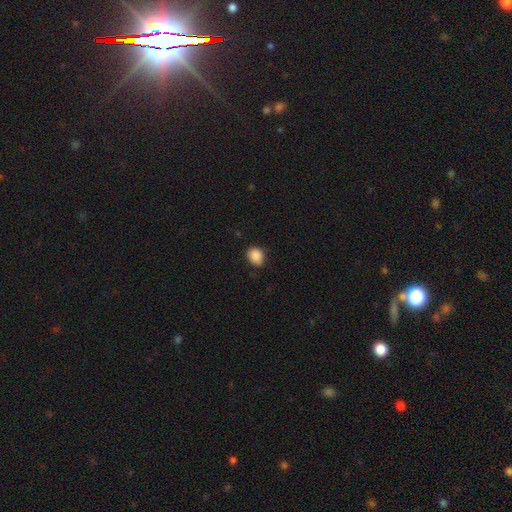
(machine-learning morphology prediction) Overall: smooth (88%). How rounded: round (59%; in between 40%). Merging: none (79%).